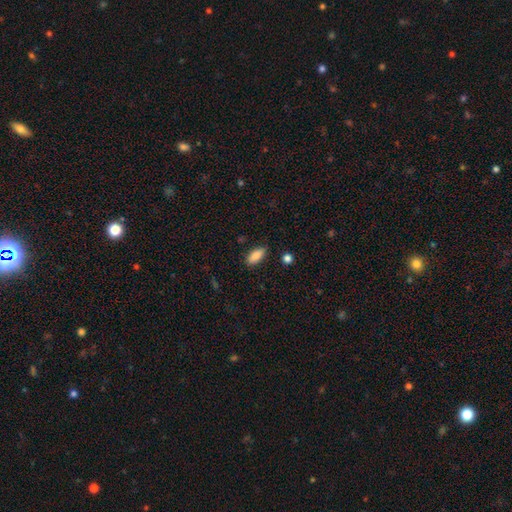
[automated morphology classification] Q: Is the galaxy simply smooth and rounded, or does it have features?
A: smooth — 87%.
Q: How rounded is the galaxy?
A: in between — 85%.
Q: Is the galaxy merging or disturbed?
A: none — 84%.